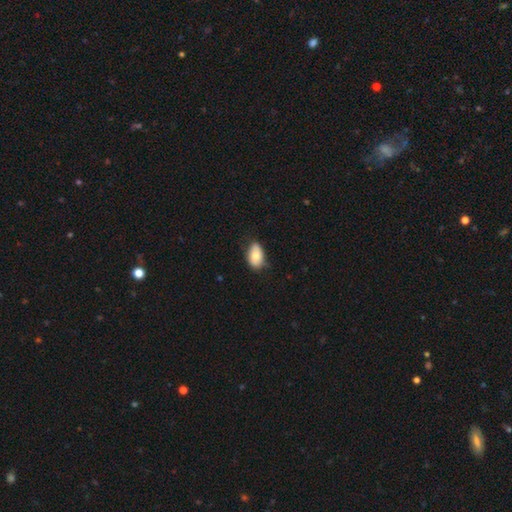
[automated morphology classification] The model was most divided on "merging": none: 70%, minor disturbance: 25%, major disturbance: 4%, merger: 1%. More confident: how rounded — in between (92%); smooth or featured — smooth (79%).